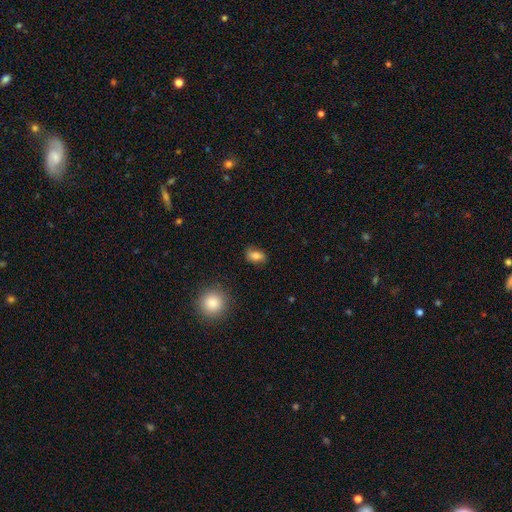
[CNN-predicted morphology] This appears to be a smooth galaxy with no disk features (76%) that is in between round and cigar-shaped (82%). Merging: none (79%).